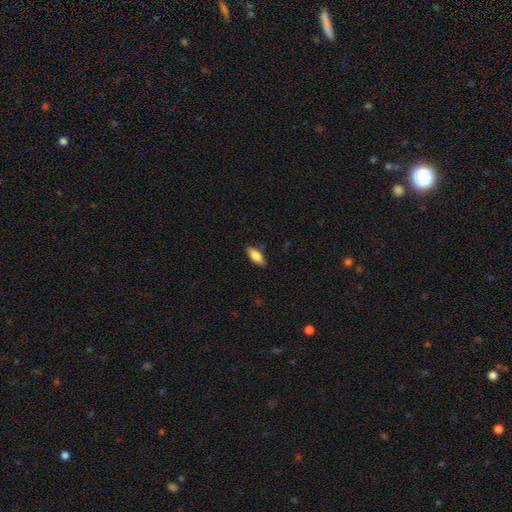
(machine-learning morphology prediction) smooth 80%, featured or disk 13%, star or artifact 6%. Down the decision tree: how rounded — in between (79%); merging — none (86%).